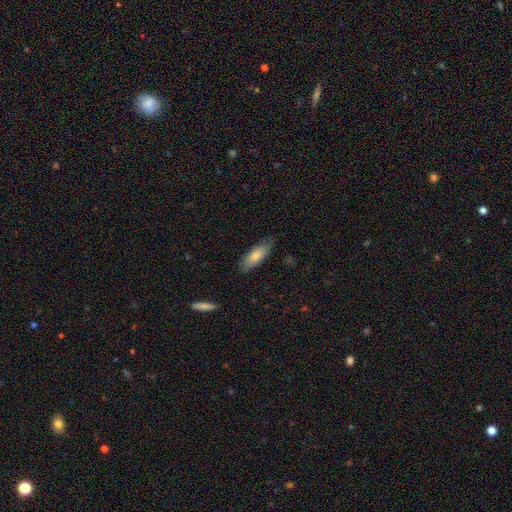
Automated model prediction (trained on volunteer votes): A smooth galaxy with no disk features (77%) that is in between round and cigar-shaped (68%).

Vote fractions:
- Smooth or featured? smooth: 77% / featured or disk: 17% / star or artifact: 6%
- How rounded? in between: 68% / cigar-shaped: 30% / round: 2%
- Merging? none: 78% / minor disturbance: 18% / major disturbance: 3% / merger: 1%